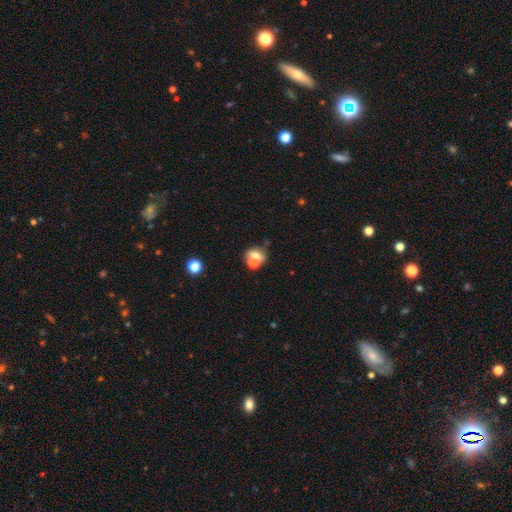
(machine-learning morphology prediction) smooth_or_featured: smooth (p=0.61) [alt: featured or disk p=0.25]
how_rounded: round (p=0.57) [alt: in between p=0.41]
merging: none (p=0.43) [alt: merger p=0.42]